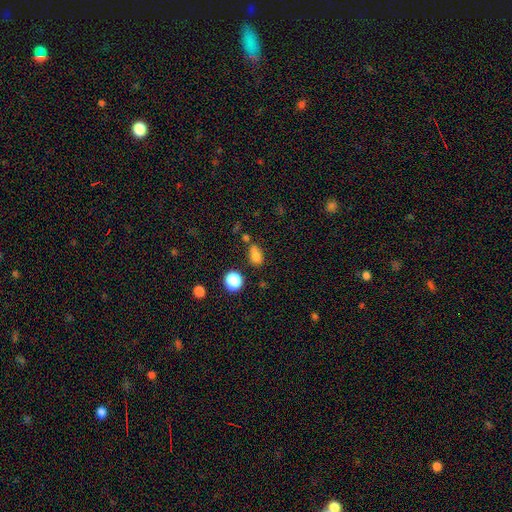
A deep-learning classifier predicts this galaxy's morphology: smooth 78%, star or artifact 15%, featured or disk 7%. Down the decision tree: how rounded — in between (66%); merging — none (53%).